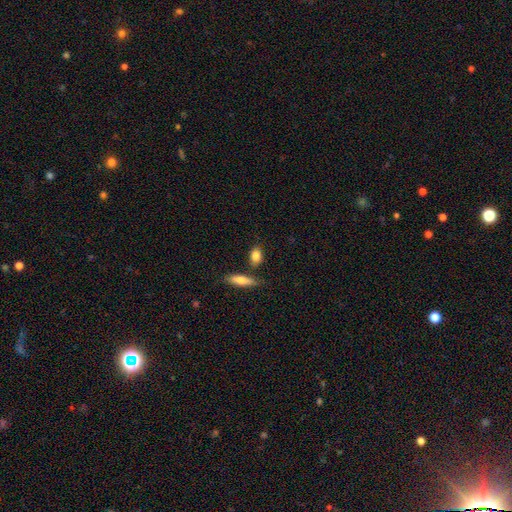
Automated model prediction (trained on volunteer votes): Smooth or featured? Predicted: smooth (p=0.83). How rounded? Predicted: in between (p=0.74). Merging? Predicted: none (p=0.72).